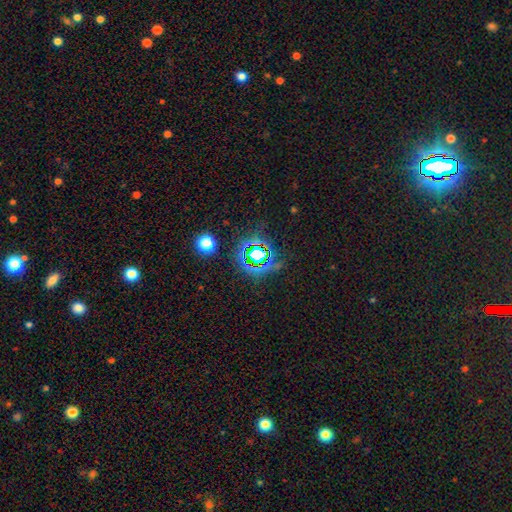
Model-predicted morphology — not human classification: Overall: star or artifact (75%).